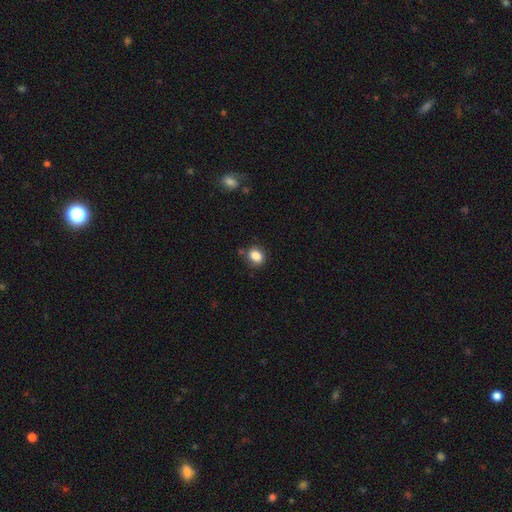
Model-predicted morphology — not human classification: Smooth or featured?
  - smooth: 85% *
  - star or artifact: 10%
  - featured or disk: 5%
How rounded?
  - round: 52% *
  - in between: 47%
  - cigar-shaped: 1%
Merging?
  - none: 80% *
  - minor disturbance: 14%
  - merger: 4%
  - major disturbance: 3%